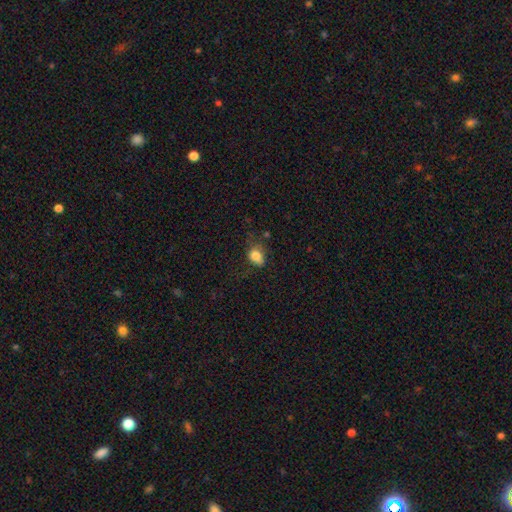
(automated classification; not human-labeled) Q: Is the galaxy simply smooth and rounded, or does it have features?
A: smooth — 80%.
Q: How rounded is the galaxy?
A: in between — 65%.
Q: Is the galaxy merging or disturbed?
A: none — 44%.